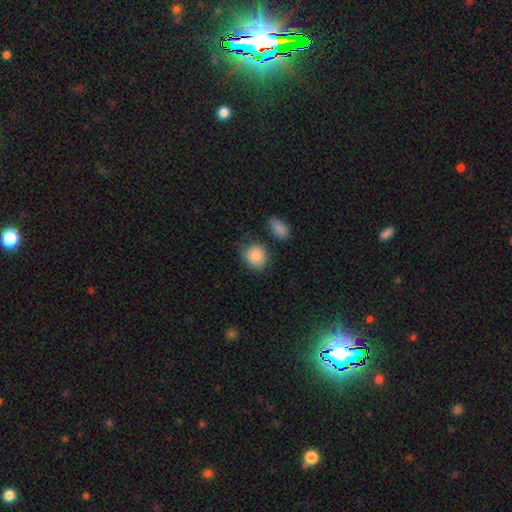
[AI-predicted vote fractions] A smooth galaxy with no disk features (86%) that is round (69%).

Vote fractions:
- Smooth or featured? smooth: 86% / star or artifact: 7% / featured or disk: 7%
- How rounded? round: 69% / in between: 30% / cigar-shaped: 1%
- Merging? none: 63% / minor disturbance: 23% / merger: 8% / major disturbance: 7%